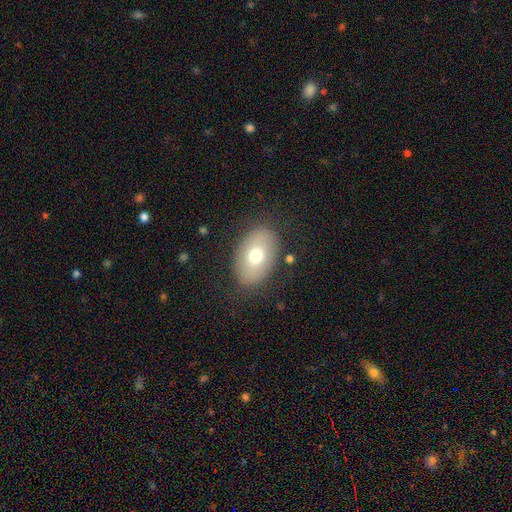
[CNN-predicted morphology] smooth_or_featured: smooth (p=0.69) [alt: featured or disk p=0.22]
how_rounded: in between (p=0.83) [alt: round p=0.16]
merging: none (p=0.81) [alt: minor disturbance p=0.13]